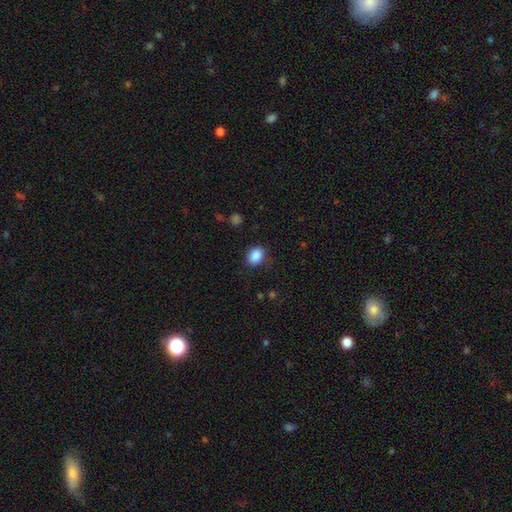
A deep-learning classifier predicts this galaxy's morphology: Smooth or featured: smooth — 87% (star or artifact — 9%)
How rounded: in between — 58% (round — 41%)
Merging: none — 83% (minor disturbance — 12%)